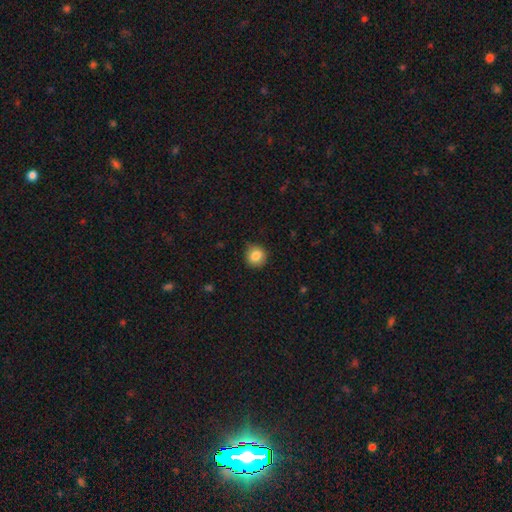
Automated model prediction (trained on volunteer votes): Overall: smooth (84%). How rounded: round (88%). Merging: none (85%).